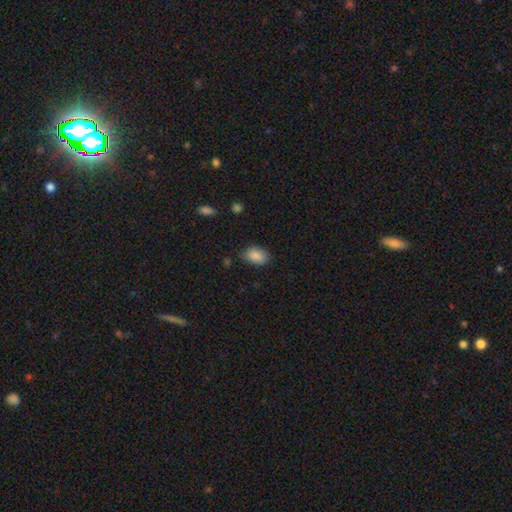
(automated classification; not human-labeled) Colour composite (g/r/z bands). It shows a smooth galaxy with no disk features (87%) that is in between round and cigar-shaped (83%). Merging: none (75%).